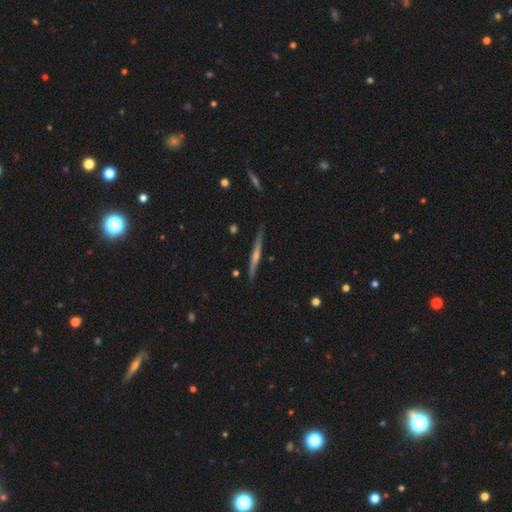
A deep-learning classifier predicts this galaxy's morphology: Smooth or featured: featured or disk — 72% (smooth — 20%)
Edge-on disk: yes — 97% (no — 3%)
Edge-on bulge: rounded — 70% (none — 22%)
Merging: none — 89% (minor disturbance — 8%)